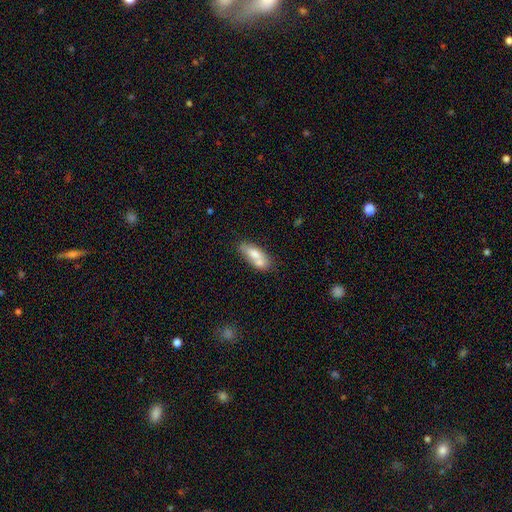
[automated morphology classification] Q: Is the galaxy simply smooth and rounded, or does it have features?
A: smooth — 68%.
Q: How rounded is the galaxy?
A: in between — 72%.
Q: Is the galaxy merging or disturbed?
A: none — 41%.